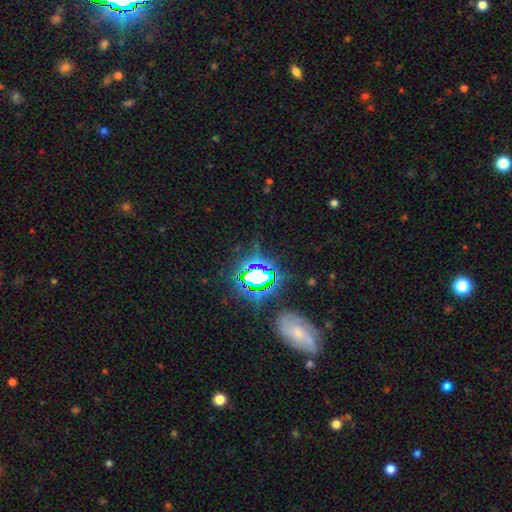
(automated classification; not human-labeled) The model was most divided on "smooth or featured": star or artifact: 69%, smooth: 18%, featured or disk: 13%.